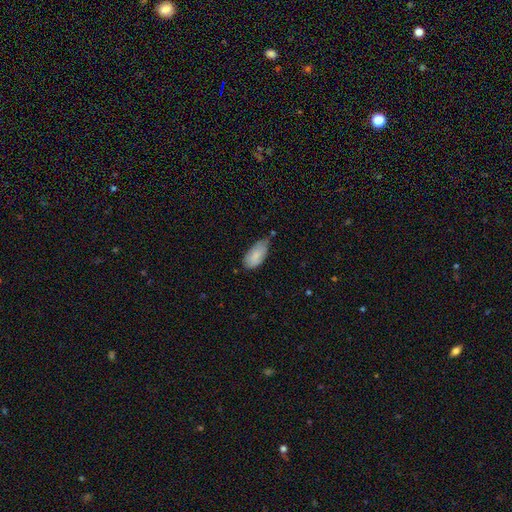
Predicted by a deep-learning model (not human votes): Smooth or featured: smooth — 85% (featured or disk — 9%)
How rounded: in between — 92% (cigar-shaped — 6%)
Merging: minor disturbance — 46% (none — 41%)